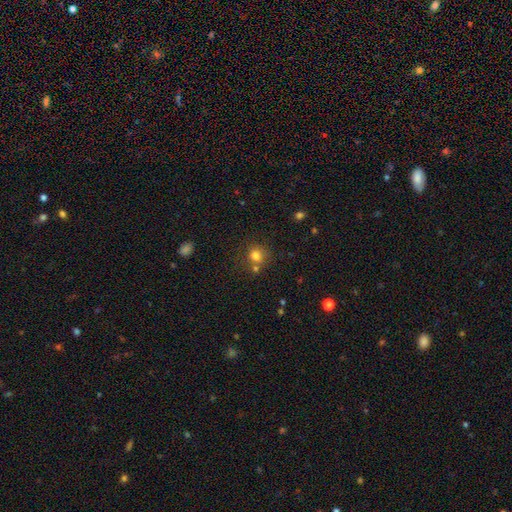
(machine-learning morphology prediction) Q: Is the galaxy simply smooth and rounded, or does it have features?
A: smooth — 77%.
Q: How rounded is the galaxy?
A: round — 85%.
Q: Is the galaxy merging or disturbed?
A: none — 64%.